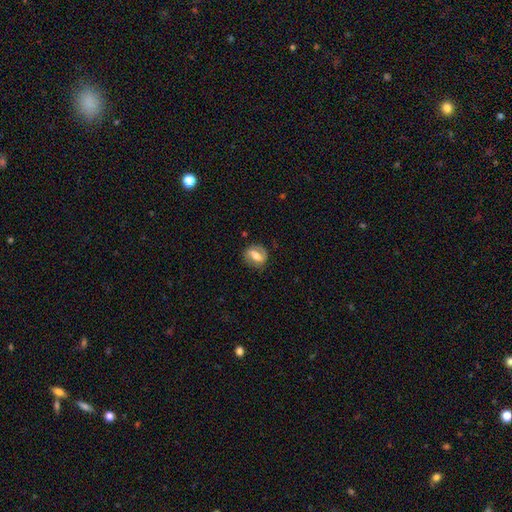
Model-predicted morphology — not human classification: The model was most divided on "bar": strong: 46%, weak: 37%, no: 17%. More confident: edge-on disk — no (95%); spiral arms — yes (78%); merging — none (77%); bulge size — moderate (63%); smooth or featured — featured or disk (62%).